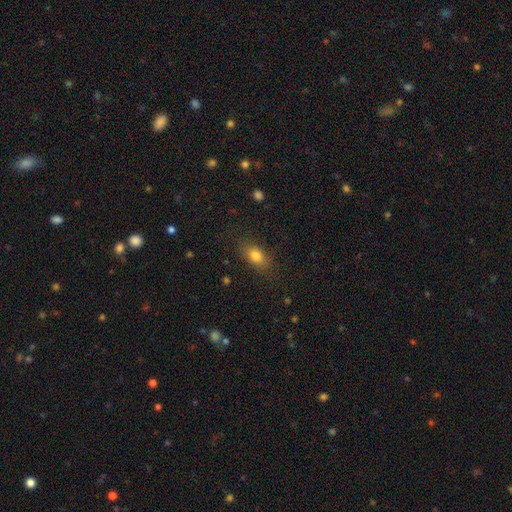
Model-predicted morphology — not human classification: Q: Smooth or featured?
A: smooth (82%); runner-up: star or artifact (10%)
Q: How rounded?
A: in between (83%); runner-up: round (13%)
Q: Merging?
A: none (80%); runner-up: minor disturbance (14%)